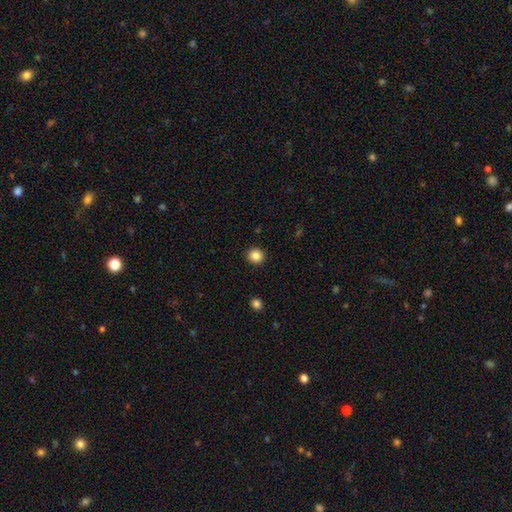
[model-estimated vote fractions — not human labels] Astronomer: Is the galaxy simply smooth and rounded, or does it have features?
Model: smooth — 86%.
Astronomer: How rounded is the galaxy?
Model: round — 89%.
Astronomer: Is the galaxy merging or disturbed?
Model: none — 92%.